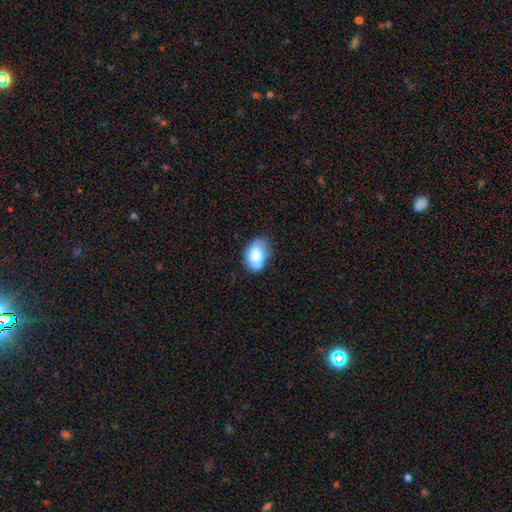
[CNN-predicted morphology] Smooth or featured?
  - smooth: 74% *
  - featured or disk: 19%
  - star or artifact: 7%
How rounded?
  - in between: 87% *
  - round: 11%
  - cigar-shaped: 1%
Merging?
  - none: 58% *
  - minor disturbance: 31%
  - major disturbance: 8%
  - merger: 3%